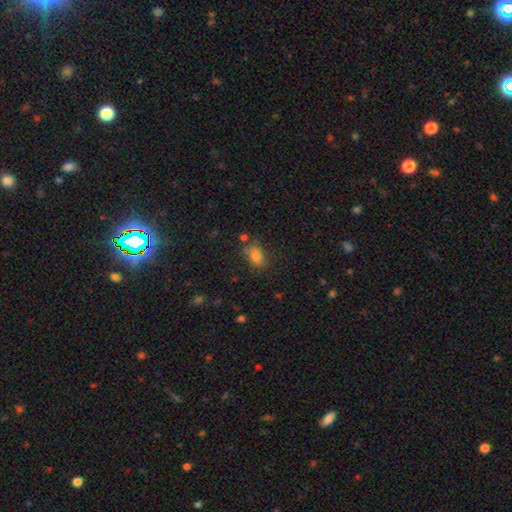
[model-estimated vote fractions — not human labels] This is likely a smooth galaxy (78%). How rounded: clearly in between (83%). Merging: likely none (63%).